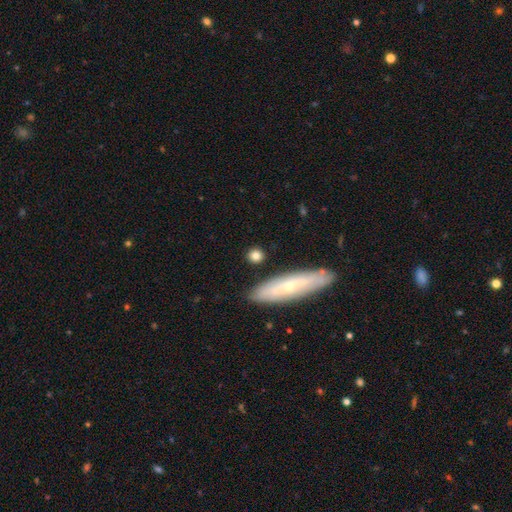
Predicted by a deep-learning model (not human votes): This appears to be a smooth galaxy with no disk features (80%) that is round (72%). Merging: none (85%).